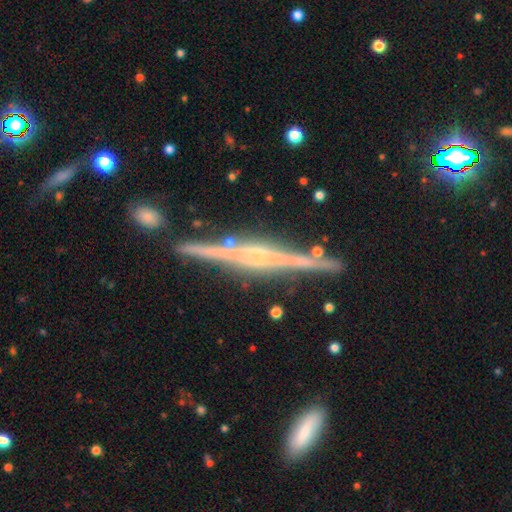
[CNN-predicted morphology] Smooth or featured?
  - featured or disk: 86% *
  - smooth: 8%
  - star or artifact: 6%
Edge-on disk?
  - yes: 98% *
  - no: 2%
Edge-on bulge?
  - rounded: 55% *
  - boxy: 26%
  - none: 18%
Merging?
  - none: 85% *
  - minor disturbance: 10%
  - merger: 4%
  - major disturbance: 2%